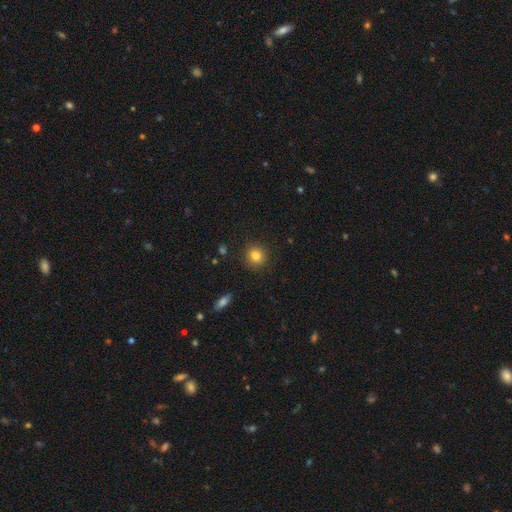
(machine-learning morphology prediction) smooth_or_featured: smooth (p=0.82) [alt: star or artifact p=0.11]
how_rounded: round (p=0.88) [alt: in between p=0.11]
merging: none (p=0.90) [alt: minor disturbance p=0.07]